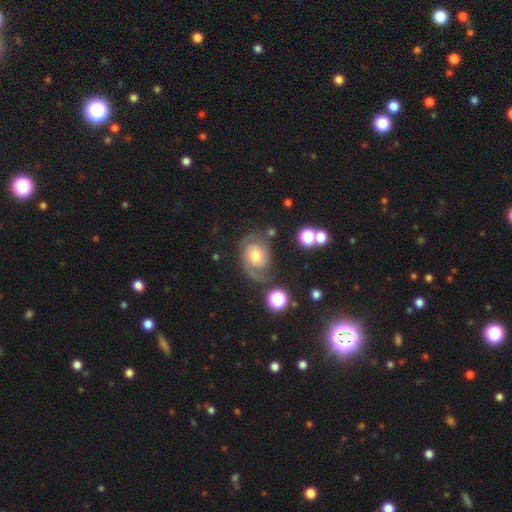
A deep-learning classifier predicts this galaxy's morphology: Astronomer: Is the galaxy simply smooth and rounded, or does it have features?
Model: featured or disk — 81%.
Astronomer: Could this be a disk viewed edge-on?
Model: no — 98%.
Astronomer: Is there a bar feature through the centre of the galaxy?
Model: no — 75%.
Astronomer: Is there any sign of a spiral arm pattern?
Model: yes — 95%.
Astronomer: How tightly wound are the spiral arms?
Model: tight — 52% (runner-up: medium, 37%).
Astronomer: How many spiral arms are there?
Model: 2 — 68%.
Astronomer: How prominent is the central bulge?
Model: moderate — 64%.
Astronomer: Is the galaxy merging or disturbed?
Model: none — 64%.